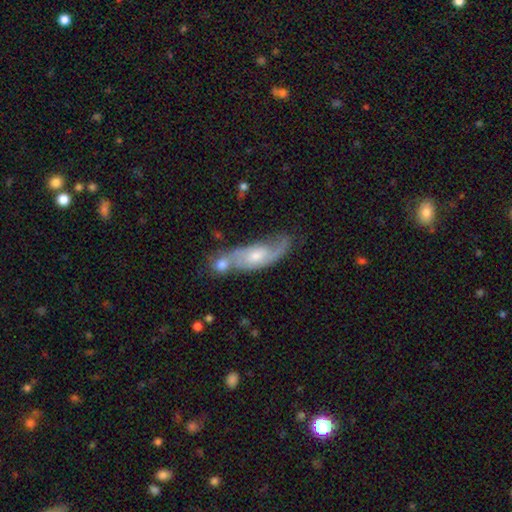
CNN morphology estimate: A featured or disk galaxy (73%) with no bar (58%), 2 (76%) medium (45%) spiral arms (91%) and a moderate central bulge (53%).

Vote fractions:
- Smooth or featured? featured or disk: 73% / smooth: 20% / star or artifact: 6%
- Edge-on disk? no: 88% / yes: 12%
- Bar? no: 58% / weak: 35% / strong: 6%
- Spiral arms? yes: 91% / no: 9%
- Spiral winding? medium: 45% / loose: 35% / tight: 20%
- Spiral arm count? 2: 76% / can't tell: 11% / 1: 9% / 3: 2% / 4: 1% / more than 4: 1%
- Bulge size? moderate: 53% / small: 37% / large: 5% / none: 3% / dominant: 1%
- Merging? none: 44% / merger: 30% / minor disturbance: 17% / major disturbance: 9%